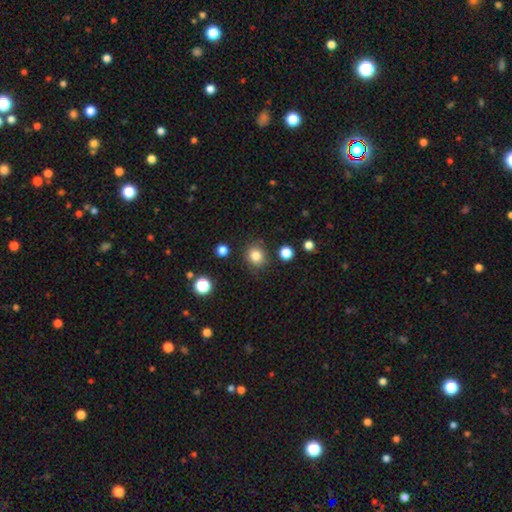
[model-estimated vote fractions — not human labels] smooth-or-featured: smooth: 83% | star or artifact: 12% | featured or disk: 5%
  how-rounded: round: 84% | in between: 15% | cigar-shaped: 1%
  merging: none: 85% | minor disturbance: 9% | merger: 3% | major disturbance: 3%